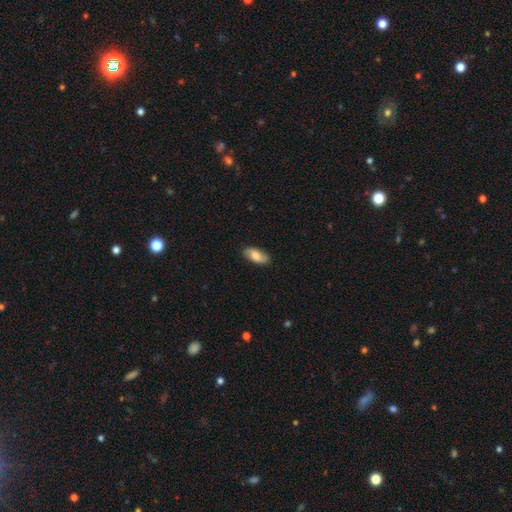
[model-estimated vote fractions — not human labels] smooth 69%, featured or disk 25%, star or artifact 7%. Down the decision tree: how rounded — in between (91%); merging — none (85%).